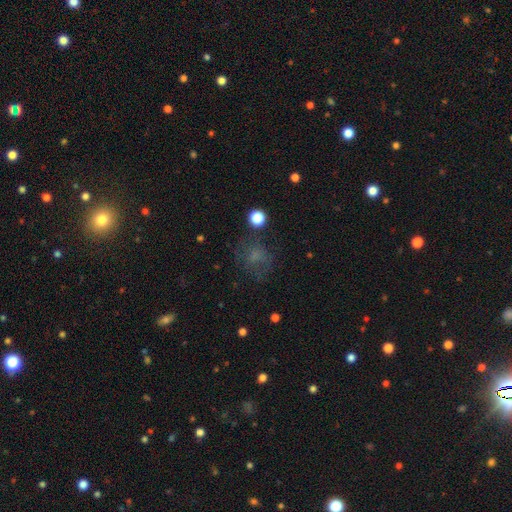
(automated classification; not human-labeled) Smooth or featured: smooth — 55% (featured or disk — 23%)
How rounded: round — 70% (in between — 29%)
Merging: none — 59% (major disturbance — 19%)